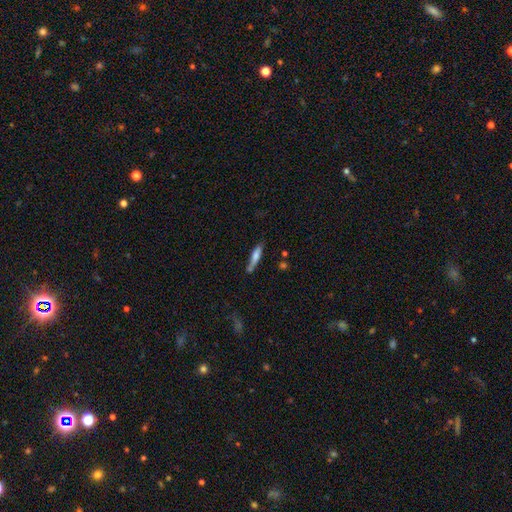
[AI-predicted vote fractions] This is likely a smooth galaxy (60%). How rounded: clearly cigar-shaped (84%). Merging: likely none (67%).